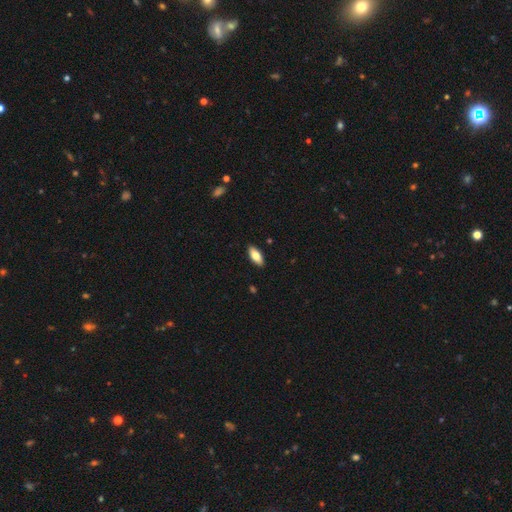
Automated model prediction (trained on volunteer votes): Smooth or featured: smooth — 76% (featured or disk — 18%)
How rounded: in between — 82% (cigar-shaped — 16%)
Merging: none — 89% (minor disturbance — 8%)